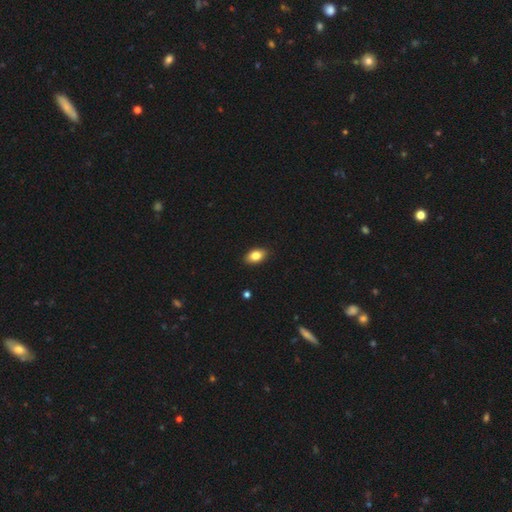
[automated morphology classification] A smooth galaxy with no disk features (82%) that is in between round and cigar-shaped (89%). Merging: none (89%).